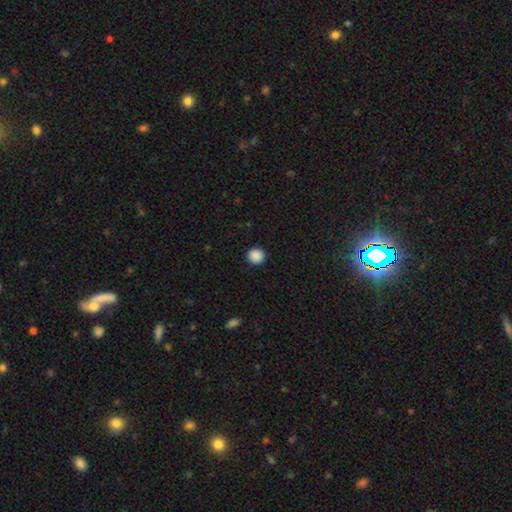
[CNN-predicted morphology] smooth_or_featured: smooth (p=0.89) [alt: star or artifact p=0.09]
how_rounded: round (p=0.95) [alt: in between p=0.05]
merging: none (p=0.92) [alt: minor disturbance p=0.05]